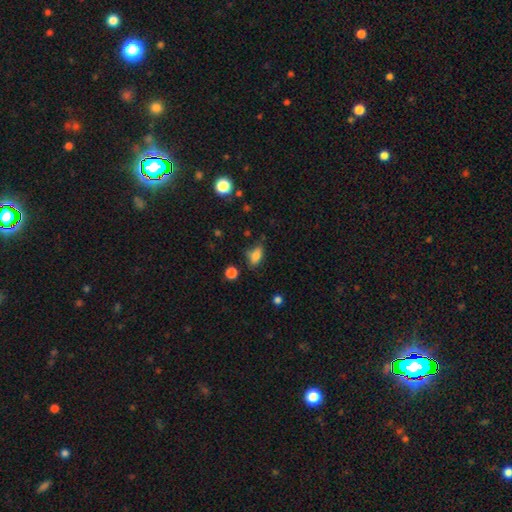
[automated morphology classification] smooth-or-featured: smooth: 80% | star or artifact: 11% | featured or disk: 9%
  how-rounded: in between: 84% | round: 10% | cigar-shaped: 6%
  merging: none: 60% | minor disturbance: 28% | major disturbance: 8% | merger: 4%